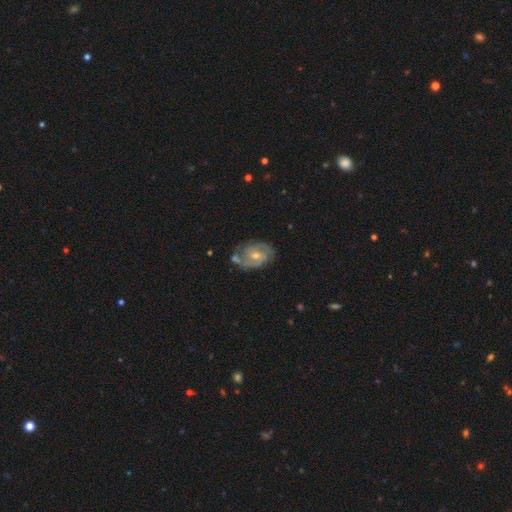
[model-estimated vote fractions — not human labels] Smooth or featured? Predicted: featured or disk (p=0.82). Edge-on disk? Predicted: no (p=0.97). Bar? Predicted: weak (p=0.45). Spiral arms? Predicted: yes (p=0.94). Spiral winding? Predicted: tight (p=0.48). Spiral arm count? Predicted: 2 (p=0.64). Bulge size? Predicted: small (p=0.48, tied with moderate). Merging? Predicted: none (p=0.68).